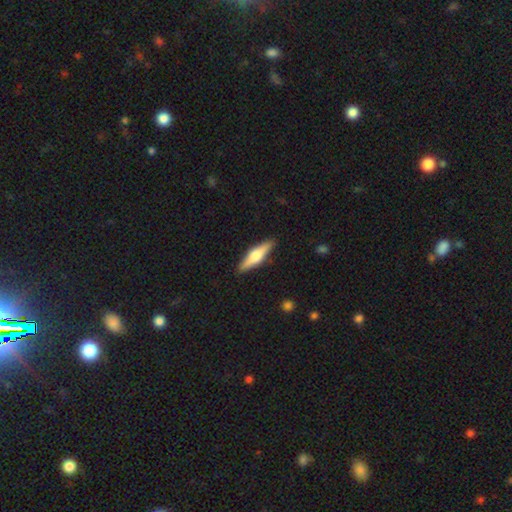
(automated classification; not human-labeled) smooth-or-featured: featured or disk: 52% | smooth: 43% | star or artifact: 6%
  disk-edge-on: yes: 95% | no: 5%
  merging: none: 89% | minor disturbance: 8% | major disturbance: 2% | merger: 1%